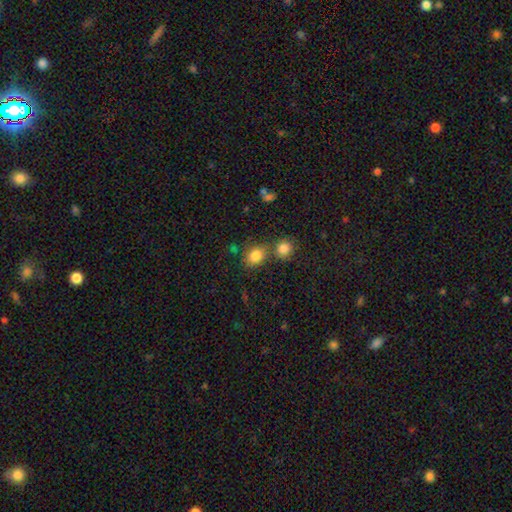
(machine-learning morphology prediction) smooth 83%, star or artifact 11%, featured or disk 6%. Down the decision tree: how rounded — in between (54%); merging — none (59%).